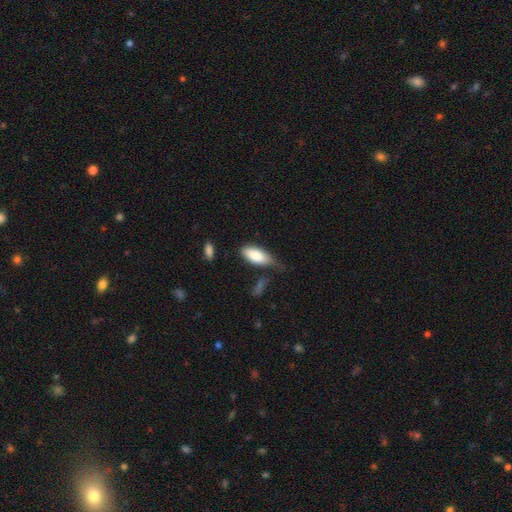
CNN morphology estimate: A smooth galaxy with no disk features (84%) that is in between round and cigar-shaped (87%).

Vote fractions:
- Smooth or featured? smooth: 84% / featured or disk: 9% / star or artifact: 6%
- How rounded? in between: 87% / cigar-shaped: 11% / round: 2%
- Merging? none: 42% / minor disturbance: 37% / major disturbance: 16% / merger: 6%